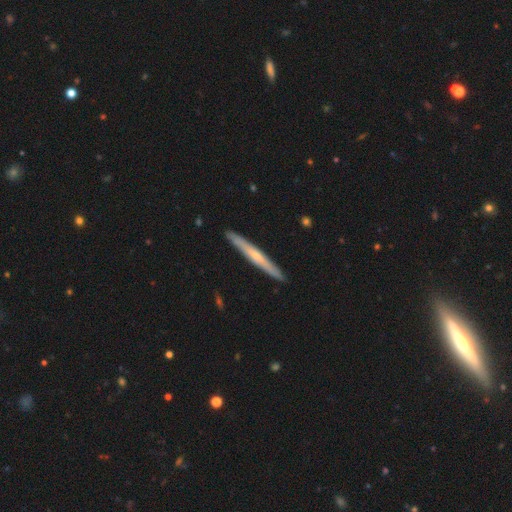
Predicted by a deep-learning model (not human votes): Smooth or featured?
  - featured or disk: 59% *
  - smooth: 36%
  - star or artifact: 5%
Edge-on disk?
  - yes: 96% *
  - no: 4%
Edge-on bulge?
  - rounded: 58% *
  - none: 39%
  - boxy: 3%
Merging?
  - none: 92% *
  - minor disturbance: 6%
  - major disturbance: 1%
  - merger: 1%